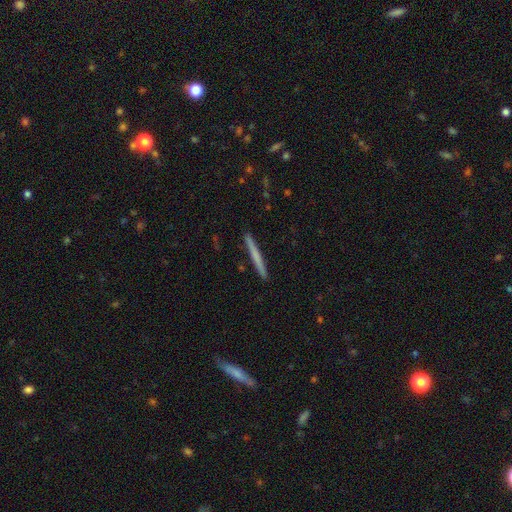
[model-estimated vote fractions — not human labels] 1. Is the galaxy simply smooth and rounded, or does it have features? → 60% smooth, 34% featured or disk, 5% star or artifact.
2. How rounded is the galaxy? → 97% cigar-shaped, 2% in between, 1% round.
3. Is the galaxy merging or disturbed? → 92% none, 5% minor disturbance, 1% major disturbance, 1% merger.